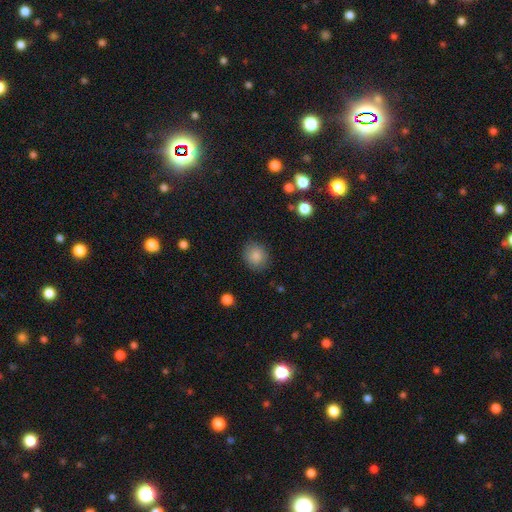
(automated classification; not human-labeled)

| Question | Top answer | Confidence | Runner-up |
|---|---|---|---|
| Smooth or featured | smooth | 85% | star or artifact (9%) |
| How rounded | round | 77% | in between (23%) |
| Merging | none | 87% | minor disturbance (9%) |